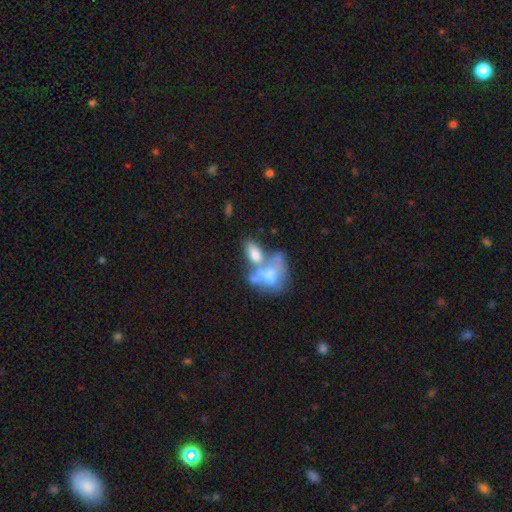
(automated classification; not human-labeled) This appears to be a featured or disk galaxy (44%). Merging: merger (65%).